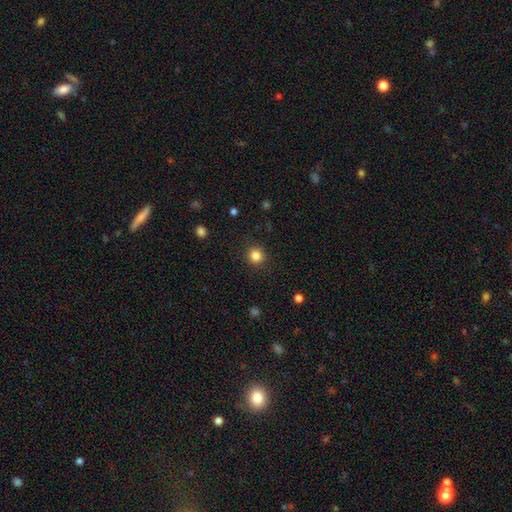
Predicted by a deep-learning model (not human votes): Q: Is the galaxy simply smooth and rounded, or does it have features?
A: smooth — 84%.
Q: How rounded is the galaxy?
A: round — 93%.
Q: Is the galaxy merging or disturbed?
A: none — 91%.